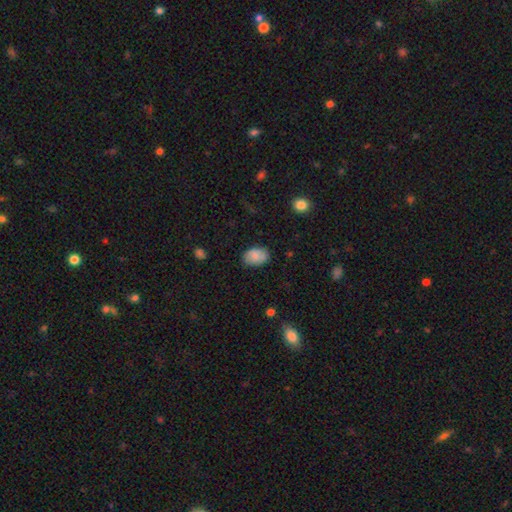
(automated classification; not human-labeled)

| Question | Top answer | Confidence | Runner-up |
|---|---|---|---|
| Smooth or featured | smooth | 82% | featured or disk (11%) |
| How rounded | in between | 85% | round (13%) |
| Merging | none | 79% | minor disturbance (17%) |